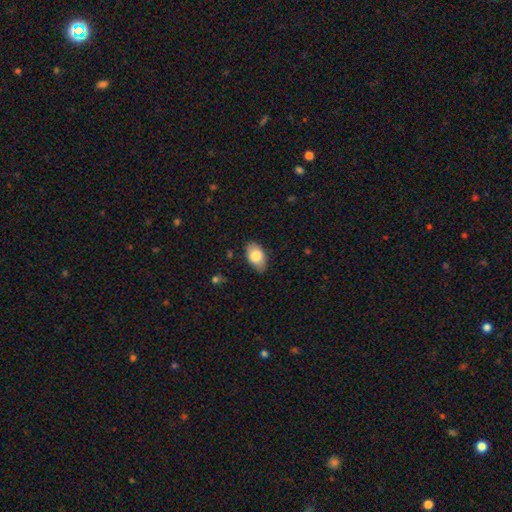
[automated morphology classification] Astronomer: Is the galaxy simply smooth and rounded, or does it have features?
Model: smooth — 80%.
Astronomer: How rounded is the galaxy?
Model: in between — 92%.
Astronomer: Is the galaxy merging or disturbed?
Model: none — 79%.